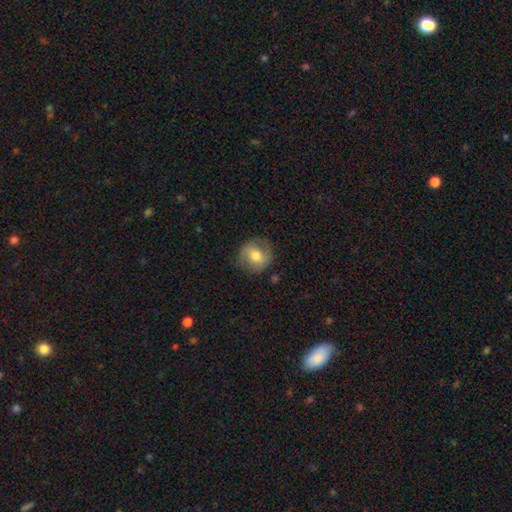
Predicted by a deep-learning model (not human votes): smooth-or-featured: smooth: 55% | featured or disk: 38% | star or artifact: 7%
  how-rounded: round: 84% | in between: 15% | cigar-shaped: 1%
  merging: none: 80% | minor disturbance: 14% | major disturbance: 5% | merger: 1%